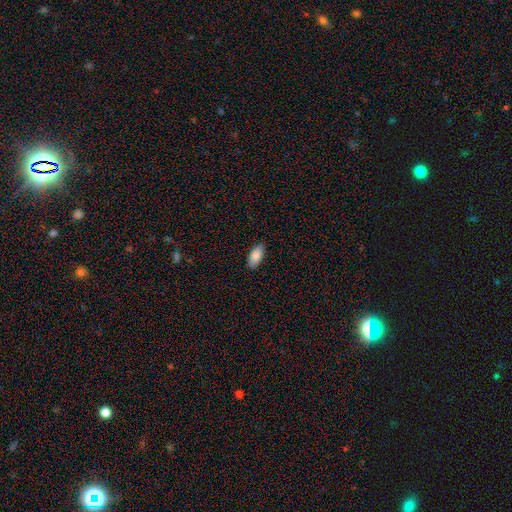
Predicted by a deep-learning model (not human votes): smooth_or_featured: smooth (p=0.86) [alt: featured or disk p=0.08]
how_rounded: in between (p=0.91) [alt: cigar-shaped p=0.07]
merging: none (p=0.86) [alt: minor disturbance p=0.11]